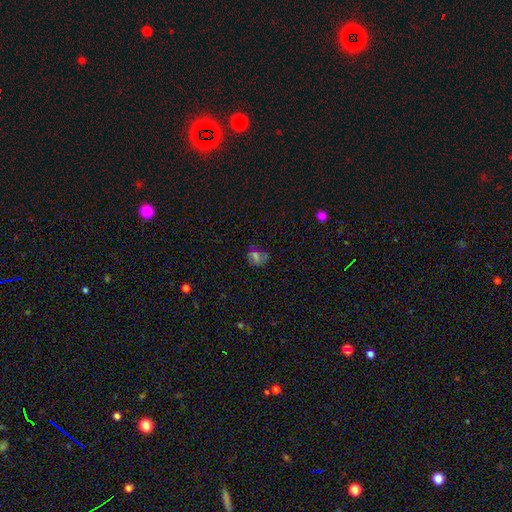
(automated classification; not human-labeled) smooth 48%, star or artifact 28%, featured or disk 24%. Down the decision tree: merging — none (66%).